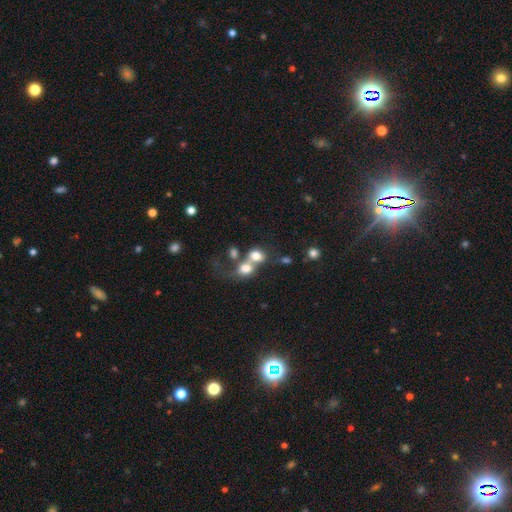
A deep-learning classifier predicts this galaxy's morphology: smooth 71%, featured or disk 17%, star or artifact 12%. Down the decision tree: how rounded — round (51%); merging — merger (66%).